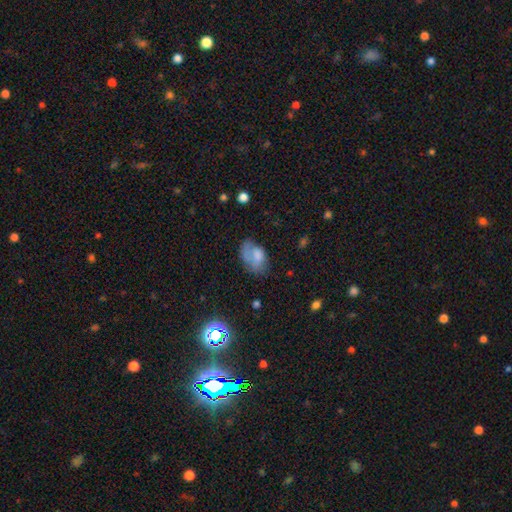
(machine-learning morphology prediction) smooth_or_featured: smooth (p=0.63) [alt: featured or disk p=0.27]
how_rounded: in between (p=0.87) [alt: round p=0.11]
merging: none (p=0.40) [alt: minor disturbance p=0.29]